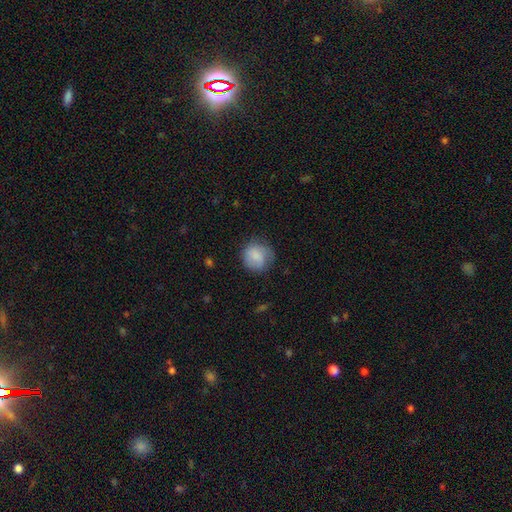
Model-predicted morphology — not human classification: This is likely a smooth galaxy (80%). How rounded: clearly round (85%). Merging: likely none (64%).